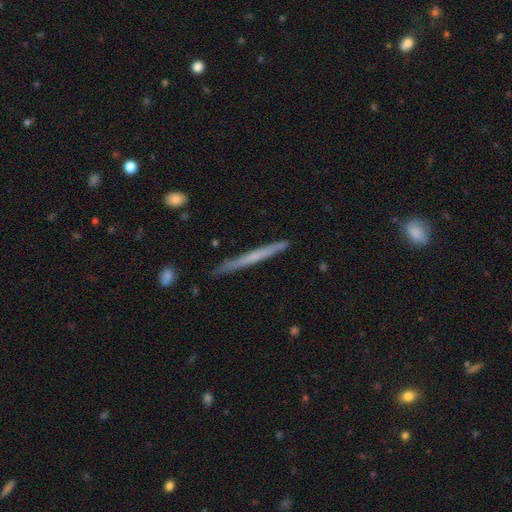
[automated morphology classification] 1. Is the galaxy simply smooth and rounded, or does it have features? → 48% featured or disk, 45% smooth, 6% star or artifact.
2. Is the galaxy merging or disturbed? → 88% none, 9% minor disturbance, 2% major disturbance, 1% merger.